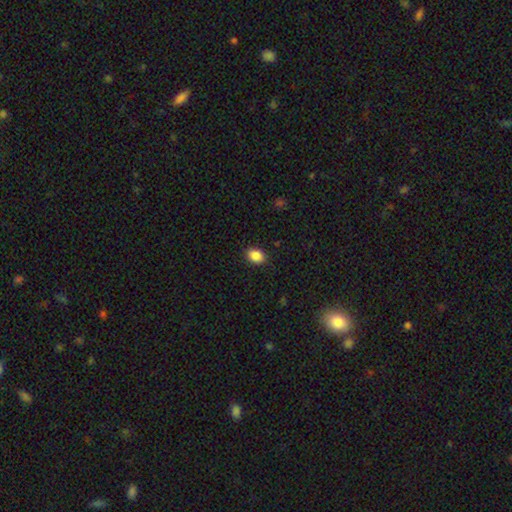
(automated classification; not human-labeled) This appears to be a smooth galaxy with no disk features (88%) that is in between round and cigar-shaped (69%). Merging: none (88%).